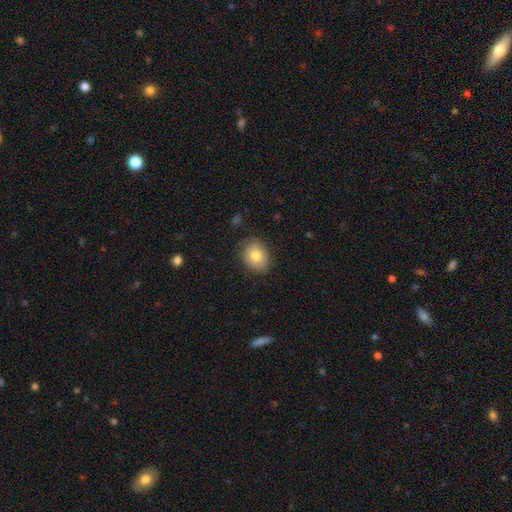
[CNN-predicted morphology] Smooth or featured: smooth — 79% (featured or disk — 13%)
How rounded: in between — 51% (round — 48%)
Merging: none — 83% (minor disturbance — 13%)